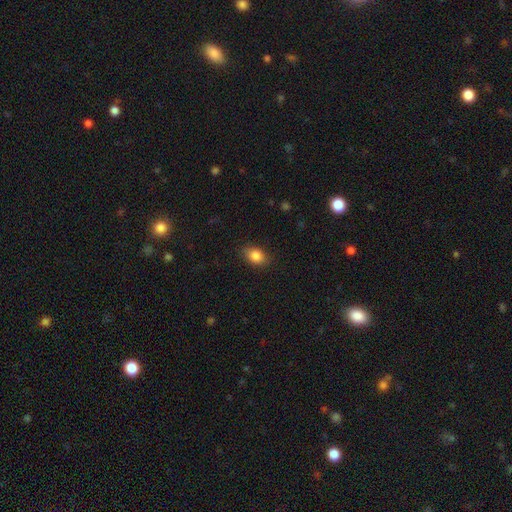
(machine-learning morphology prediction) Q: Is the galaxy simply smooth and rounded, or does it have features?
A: smooth — 85%.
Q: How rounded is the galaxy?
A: in between — 77%.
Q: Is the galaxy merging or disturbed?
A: none — 85%.